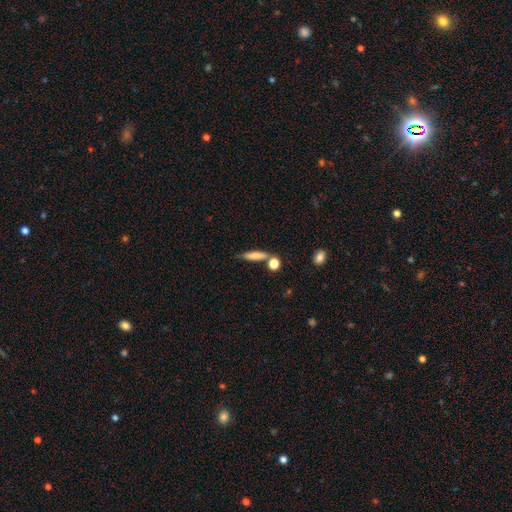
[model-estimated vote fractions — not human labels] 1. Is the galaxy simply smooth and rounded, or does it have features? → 77% smooth, 15% featured or disk, 8% star or artifact.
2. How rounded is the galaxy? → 72% cigar-shaped, 23% in between, 5% round.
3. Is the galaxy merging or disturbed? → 66% none, 15% merger, 15% minor disturbance, 4% major disturbance.